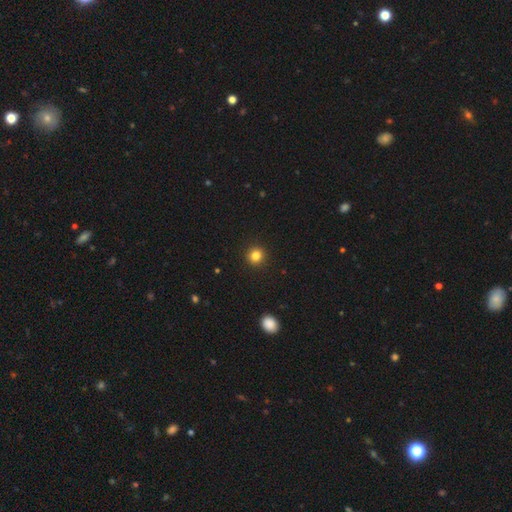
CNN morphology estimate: smooth 83%, star or artifact 12%, featured or disk 5%. Down the decision tree: how rounded — round (92%); merging — none (93%).